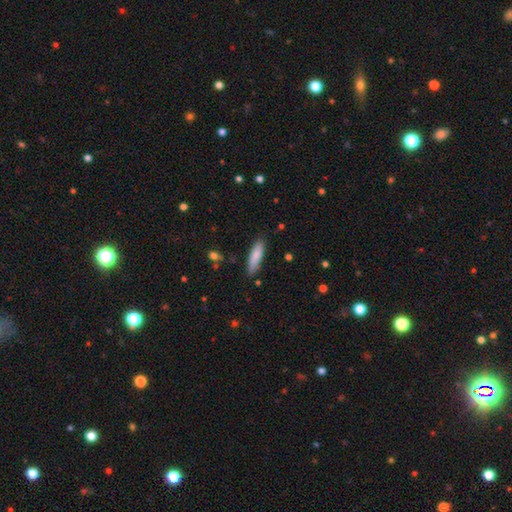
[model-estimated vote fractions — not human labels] Morphology: type=smooth (83%); roundness=cigar-shaped (65%); merging=none (83%).